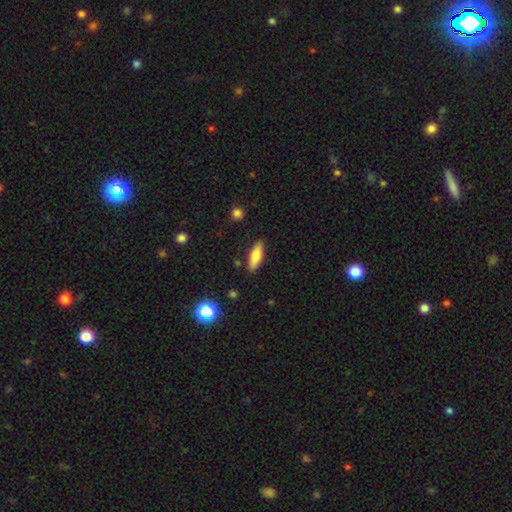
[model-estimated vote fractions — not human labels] Smooth or featured: smooth — 76% (featured or disk — 17%)
How rounded: in between — 62% (cigar-shaped — 36%)
Merging: none — 85% (minor disturbance — 11%)